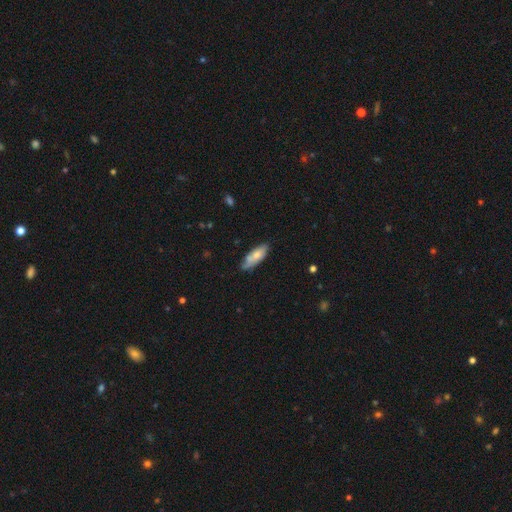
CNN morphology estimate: Overall: smooth (65%; featured or disk 29%). How rounded: in between (65%; cigar-shaped 33%). Merging: none (64%; minor disturbance 28%).